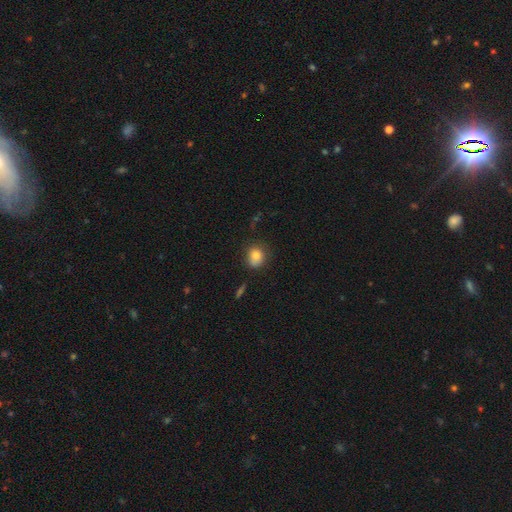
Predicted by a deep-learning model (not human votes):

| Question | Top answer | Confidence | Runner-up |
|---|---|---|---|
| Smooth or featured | smooth | 80% | star or artifact (10%) |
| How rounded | round | 67% | in between (31%) |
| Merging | none | 65% | minor disturbance (24%) |